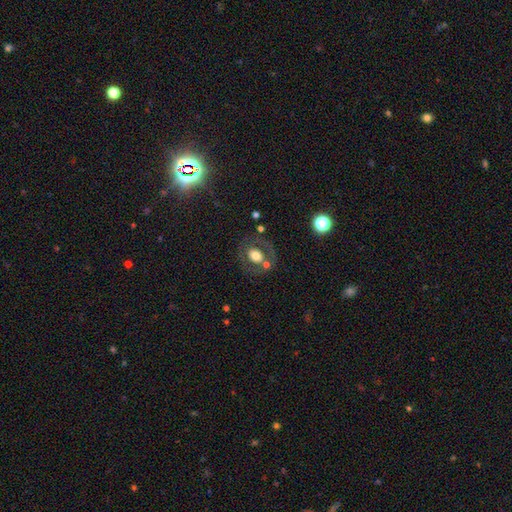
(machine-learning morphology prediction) This appears to be a smooth galaxy with no disk features (50%) that is round (54%). Merging: none (68%).